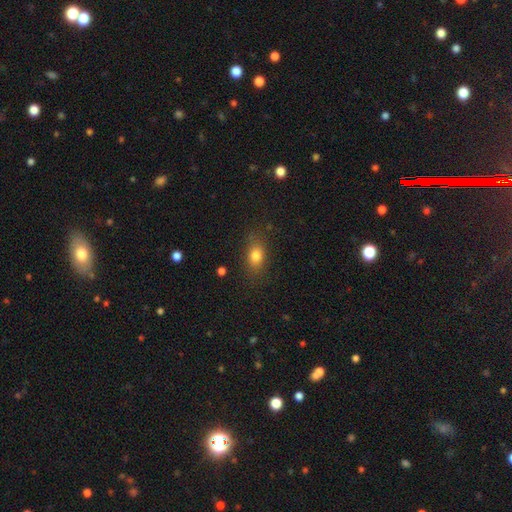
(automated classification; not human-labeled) smooth-or-featured: smooth: 80% | star or artifact: 11% | featured or disk: 9%
  how-rounded: in between: 76% | round: 20% | cigar-shaped: 4%
  merging: none: 79% | minor disturbance: 15% | major disturbance: 5% | merger: 2%